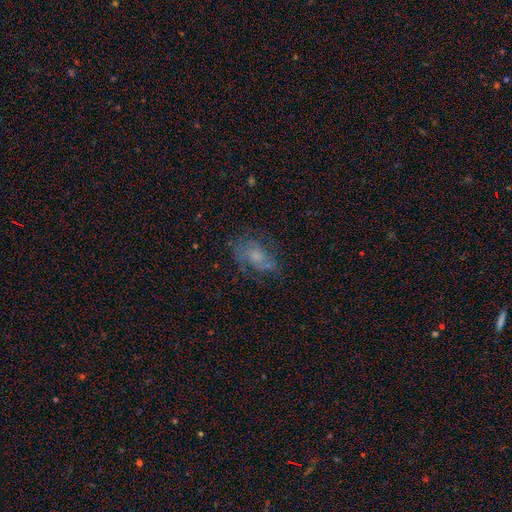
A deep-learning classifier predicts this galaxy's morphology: Overall: featured or disk (57%; smooth 30%). Edge-on disk: no (96%). Bar: no (73%). Spiral arms: yes (75%). Bulge size: moderate (31%; small 28%). Merging: none (58%; minor disturbance 21%).